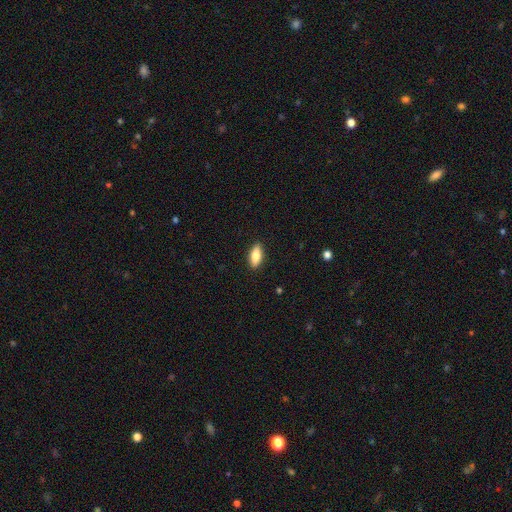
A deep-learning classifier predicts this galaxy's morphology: A smooth galaxy with no disk features (79%) that is in between round and cigar-shaped (80%).

Vote fractions:
- Smooth or featured? smooth: 79% / featured or disk: 15% / star or artifact: 6%
- How rounded? in between: 80% / cigar-shaped: 17% / round: 3%
- Merging? none: 89% / minor disturbance: 8% / major disturbance: 2% / merger: 1%